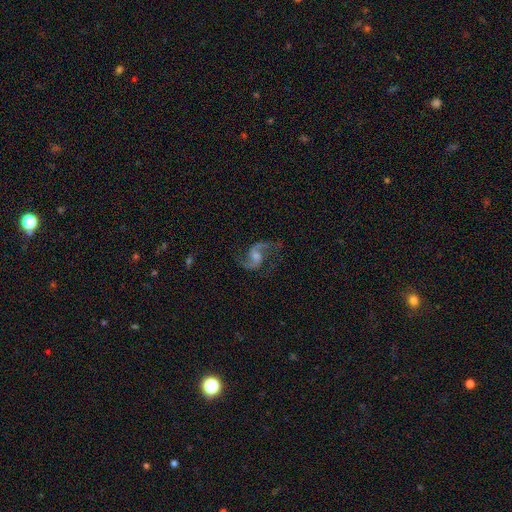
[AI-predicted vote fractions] Morphology: type=featured or disk (88%); edge-on=no (98%); bar=no (49%); spiral arms=yes (97%); winding=loose (58%); arm count=2 (93%); bulge=moderate (49%); merging=none (71%).